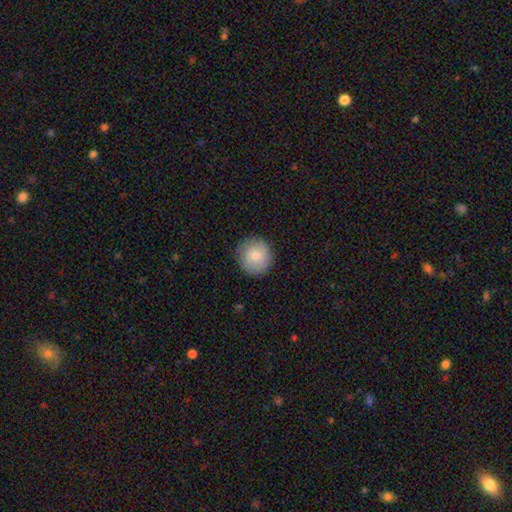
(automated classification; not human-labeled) Smooth or featured?
  - smooth: 81% *
  - featured or disk: 12%
  - star or artifact: 7%
How rounded?
  - round: 94% *
  - in between: 5%
  - cigar-shaped: 1%
Merging?
  - none: 87% *
  - minor disturbance: 10%
  - major disturbance: 2%
  - merger: 1%